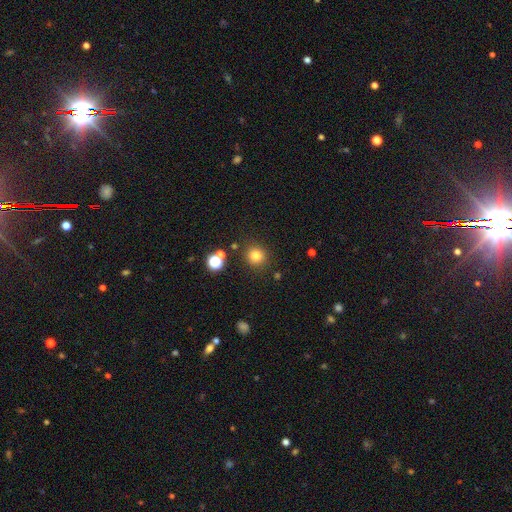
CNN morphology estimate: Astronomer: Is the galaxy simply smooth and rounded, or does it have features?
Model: smooth — 78%.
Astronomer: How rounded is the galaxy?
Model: round — 91%.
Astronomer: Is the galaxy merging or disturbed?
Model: none — 86%.